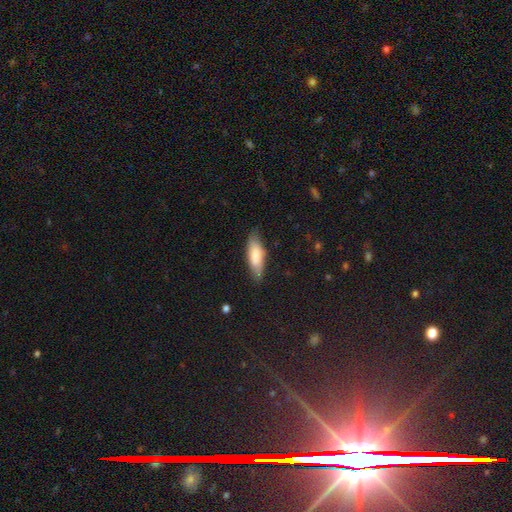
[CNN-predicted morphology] type=smooth (75%); roundness=in between (54%); merging=none (76%).